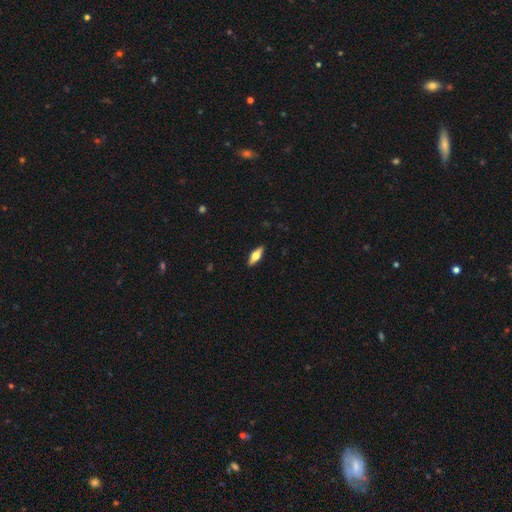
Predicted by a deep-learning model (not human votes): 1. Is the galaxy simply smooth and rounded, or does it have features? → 48% featured or disk, 46% smooth, 6% star or artifact.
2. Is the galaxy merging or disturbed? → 90% none, 7% minor disturbance, 2% major disturbance, 1% merger.